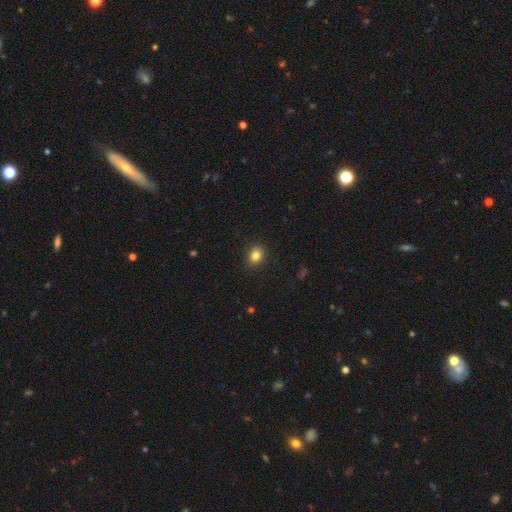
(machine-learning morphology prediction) A smooth galaxy with no disk features (84%) that is round (51%).

Vote fractions:
- Smooth or featured? smooth: 84% / star or artifact: 11% / featured or disk: 6%
- How rounded? round: 51% / in between: 48% / cigar-shaped: 1%
- Merging? none: 88% / minor disturbance: 9% / major disturbance: 2% / merger: 1%